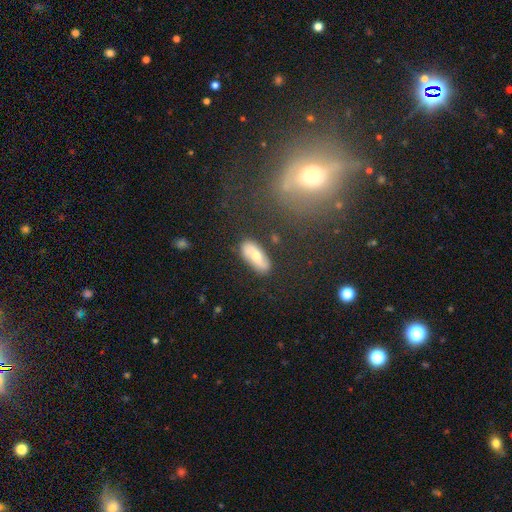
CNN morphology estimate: A featured or disk galaxy (47%).

Vote fractions:
- Smooth or featured? featured or disk: 47% / smooth: 45% / star or artifact: 7%
- Merging? none: 80% / minor disturbance: 13% / major disturbance: 4% / merger: 3%